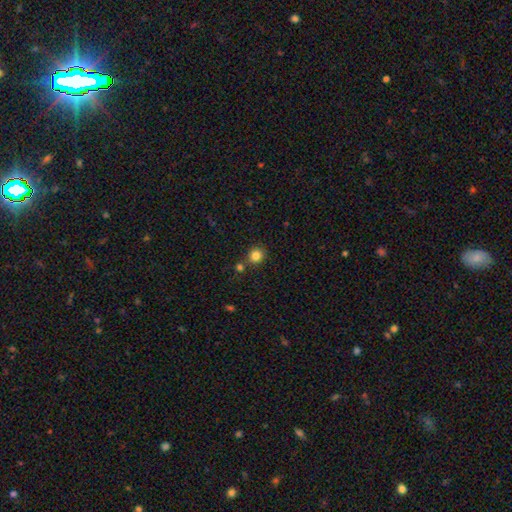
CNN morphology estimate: The model was most divided on "merging": none: 78%, merger: 11%, minor disturbance: 8%, major disturbance: 3%. More confident: how rounded — round (84%); smooth or featured — smooth (83%).